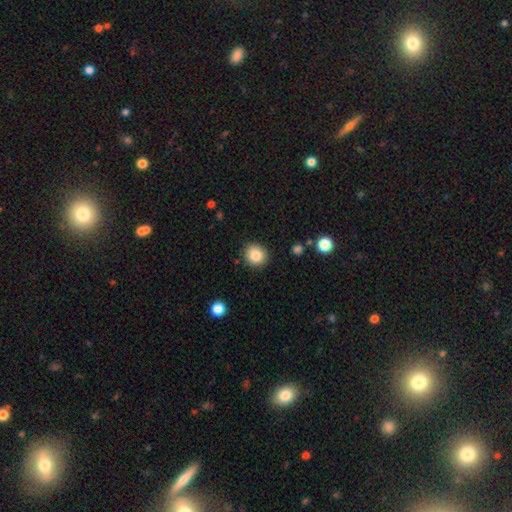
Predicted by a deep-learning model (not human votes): Smooth or featured: smooth — 85% (star or artifact — 9%)
How rounded: round — 84% (in between — 15%)
Merging: none — 89% (minor disturbance — 8%)